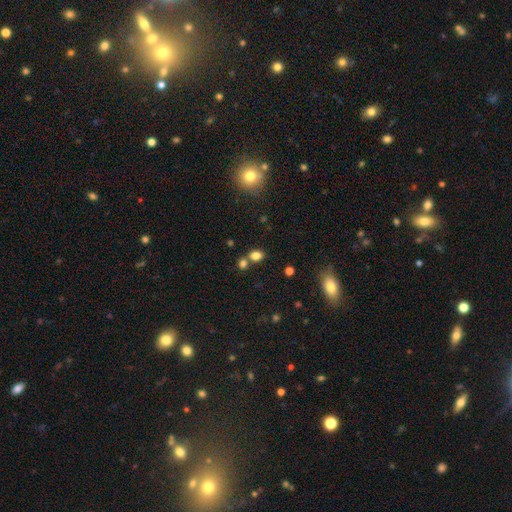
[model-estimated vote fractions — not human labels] A smooth galaxy with no disk features (79%) that is in between round and cigar-shaped (63%).

Vote fractions:
- Smooth or featured? smooth: 79% / star or artifact: 14% / featured or disk: 6%
- How rounded? in between: 63% / round: 36% / cigar-shaped: 1%
- Merging? none: 56% / merger: 30% / minor disturbance: 10% / major disturbance: 4%